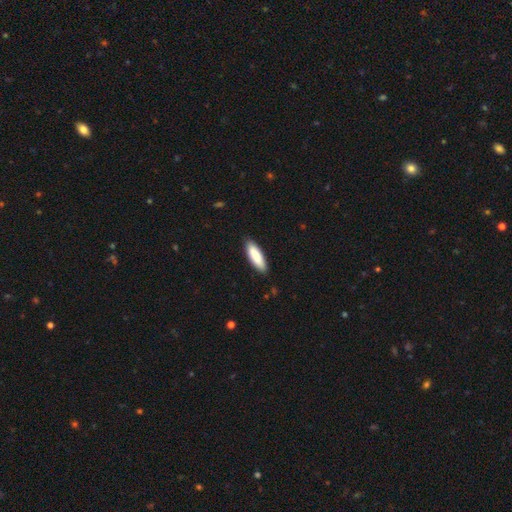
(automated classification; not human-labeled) Morphology: type=smooth (87%); roundness=in between (51%); merging=none (87%).